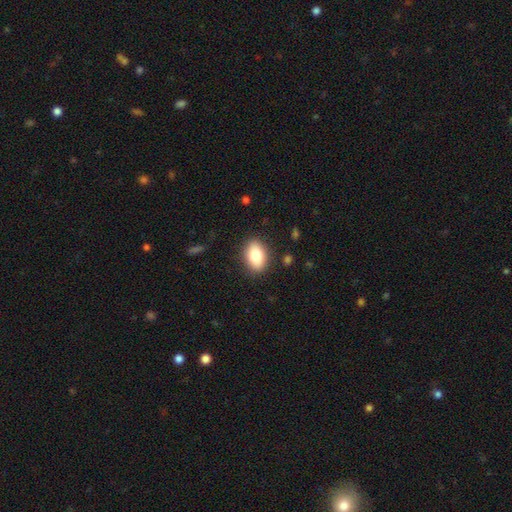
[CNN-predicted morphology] smooth-or-featured: smooth: 82% | featured or disk: 11% | star or artifact: 7%
  how-rounded: in between: 86% | round: 12% | cigar-shaped: 2%
  merging: none: 87% | minor disturbance: 10% | major disturbance: 3% | merger: 1%